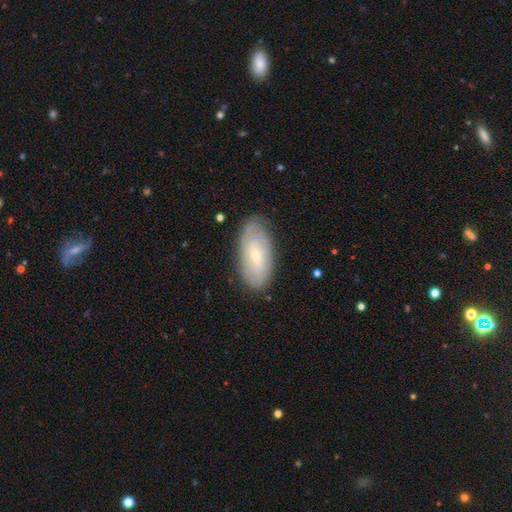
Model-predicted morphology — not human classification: featured or disk 55%, smooth 38%, star or artifact 7%. Down the decision tree: edge-on disk — no (90%); merging — none (82%).